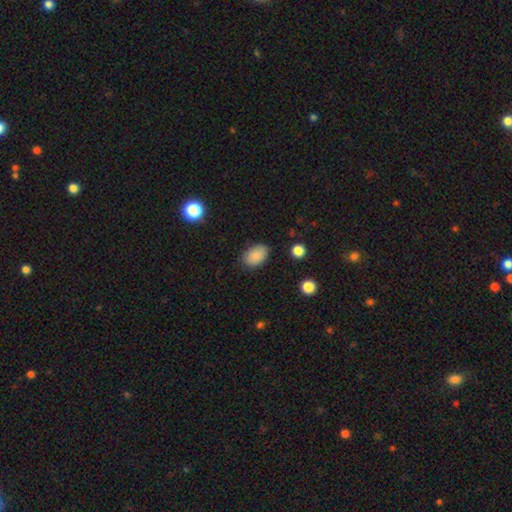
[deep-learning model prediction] This appears to be a smooth galaxy with no disk features (86%) that is in between round and cigar-shaped (87%). Merging: none (81%).